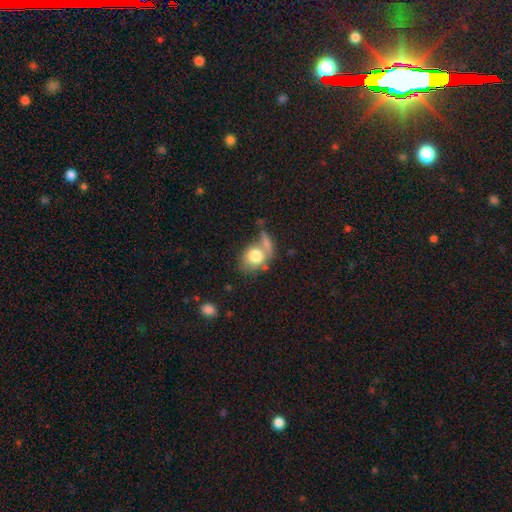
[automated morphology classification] smooth 75%, featured or disk 17%, star or artifact 8%. Down the decision tree: how rounded — round (53%); merging — none (40%).